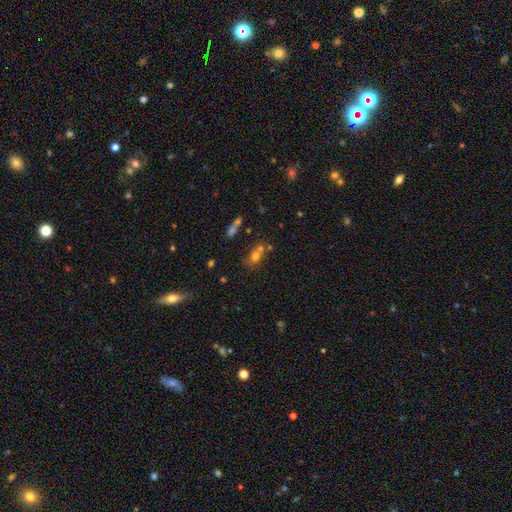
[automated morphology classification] The model was most divided on "merging" (2-way tie): none: 41%, merger: 41%, minor disturbance: 12%, major disturbance: 6%. More confident: smooth or featured — smooth (66%); how rounded — round (54%).